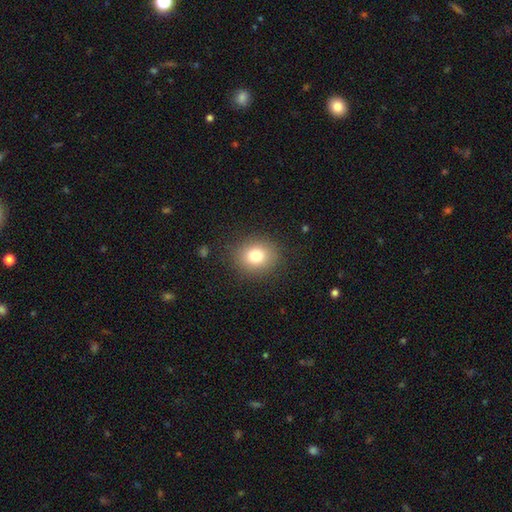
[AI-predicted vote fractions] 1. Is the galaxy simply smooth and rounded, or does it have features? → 79% smooth, 12% star or artifact, 9% featured or disk.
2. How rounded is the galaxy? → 74% round, 25% in between, 1% cigar-shaped.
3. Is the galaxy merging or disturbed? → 87% none, 9% minor disturbance, 3% major disturbance, 1% merger.